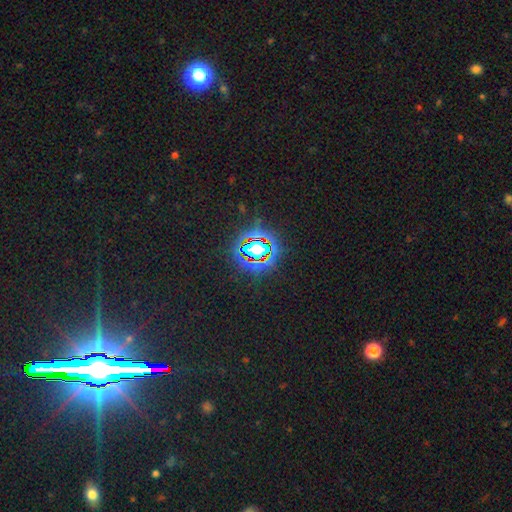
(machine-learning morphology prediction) The model was most divided on "smooth or featured": star or artifact: 83%, featured or disk: 9%, smooth: 9%.